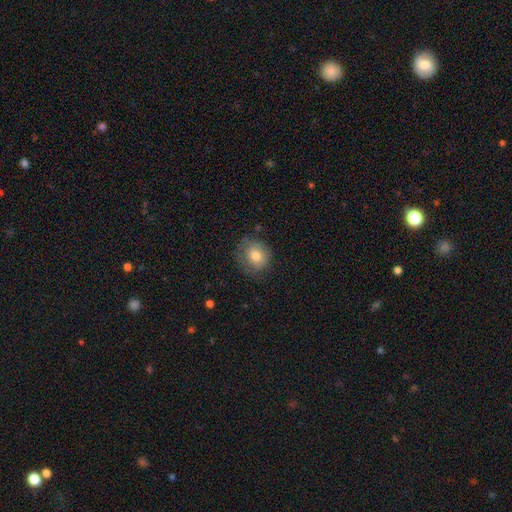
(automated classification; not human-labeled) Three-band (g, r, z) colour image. It shows a smooth galaxy with no disk features (73%) that is round (78%). Merging: none (68%).